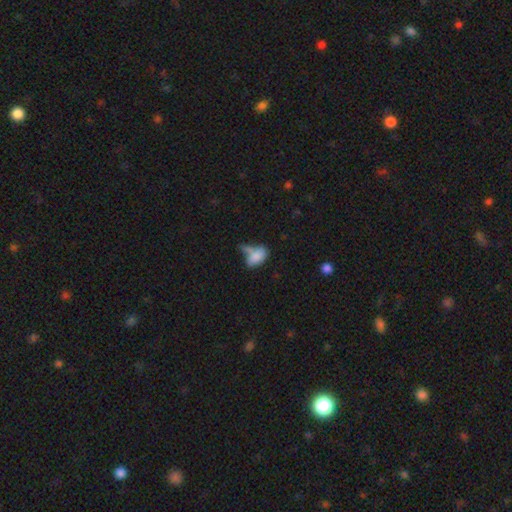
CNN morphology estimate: type=smooth (78%); roundness=in between (89%); merging=merger (31%, tied with none).